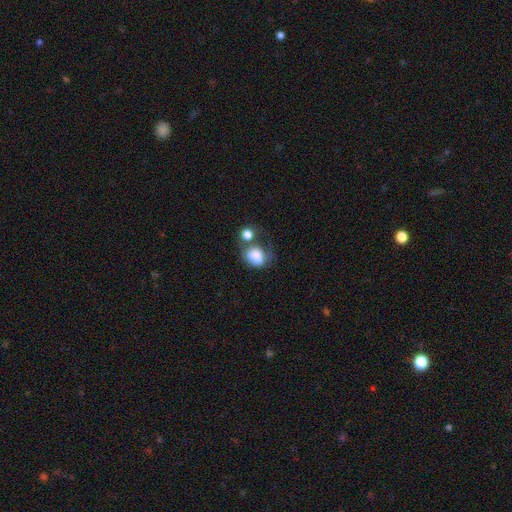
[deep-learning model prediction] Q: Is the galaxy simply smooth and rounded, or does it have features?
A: smooth — 77%.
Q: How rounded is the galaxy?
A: in between — 53%.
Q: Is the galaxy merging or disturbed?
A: merger — 32%.